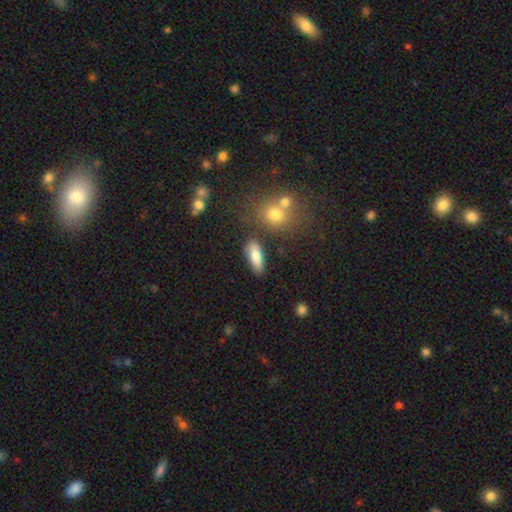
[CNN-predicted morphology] smooth-or-featured: smooth: 77% | featured or disk: 16% | star or artifact: 8%
  how-rounded: in between: 60% | cigar-shaped: 36% | round: 4%
  merging: none: 78% | minor disturbance: 12% | merger: 6% | major disturbance: 4%